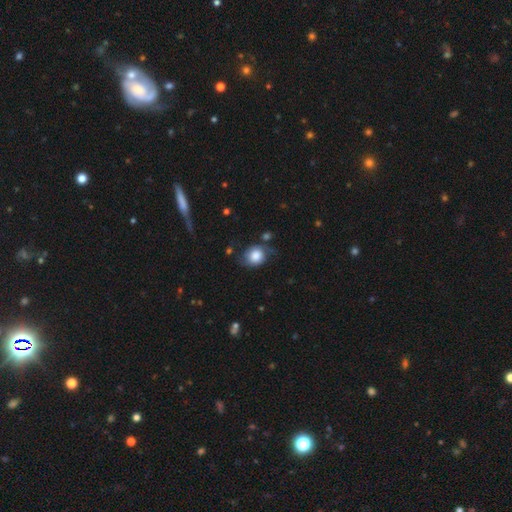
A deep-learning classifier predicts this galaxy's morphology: Overall: smooth (65%; featured or disk 26%). How rounded: round (65%; in between 34%). Merging: none (57%; minor disturbance 28%).